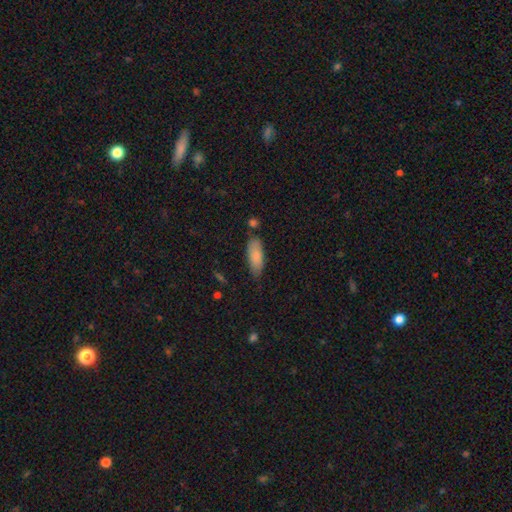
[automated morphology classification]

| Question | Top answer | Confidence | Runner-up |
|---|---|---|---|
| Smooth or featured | smooth | 85% | featured or disk (9%) |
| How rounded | in between | 73% | cigar-shaped (25%) |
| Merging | none | 72% | minor disturbance (19%) |